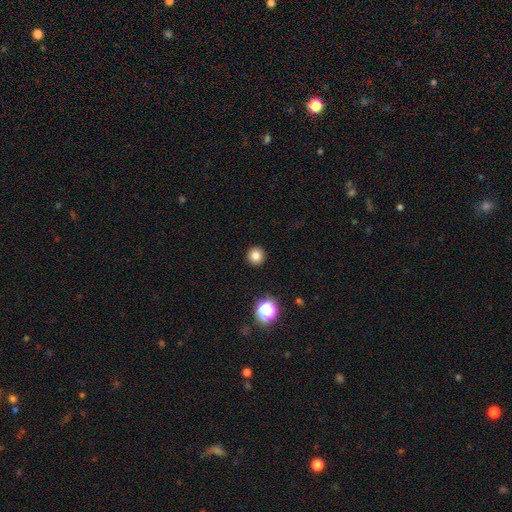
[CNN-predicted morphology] A smooth galaxy with no disk features (82%) that is round (95%). Merging: none (93%).